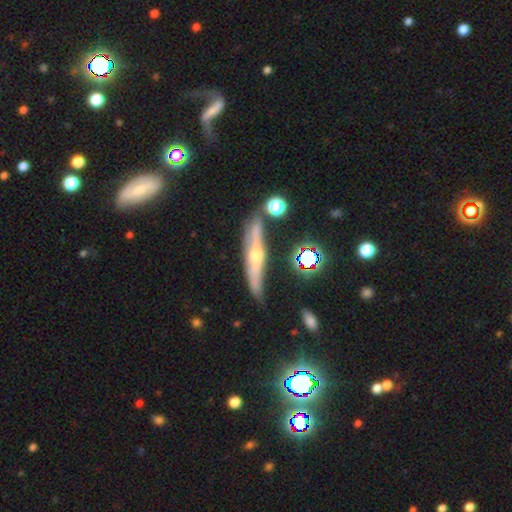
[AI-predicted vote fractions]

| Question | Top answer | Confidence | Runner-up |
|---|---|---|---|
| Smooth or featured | featured or disk | 65% | smooth (25%) |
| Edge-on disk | yes | 91% | no (9%) |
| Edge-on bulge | rounded | 87% | none (8%) |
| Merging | none | 74% | minor disturbance (17%) |